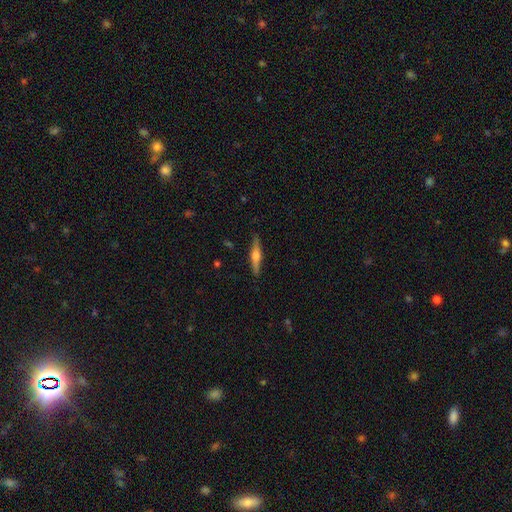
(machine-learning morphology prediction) Q: Smooth or featured?
A: featured or disk (64%); runner-up: smooth (30%)
Q: Edge-on disk?
A: yes (97%); runner-up: no (3%)
Q: Edge-on bulge?
A: rounded (88%); runner-up: boxy (9%)
Q: Merging?
A: none (89%); runner-up: minor disturbance (9%)